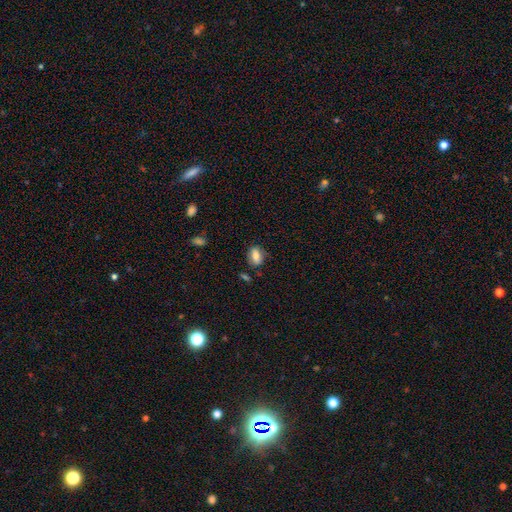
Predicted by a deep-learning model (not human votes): Morphology: type=smooth (75%); roundness=in between (81%); merging=none (76%).